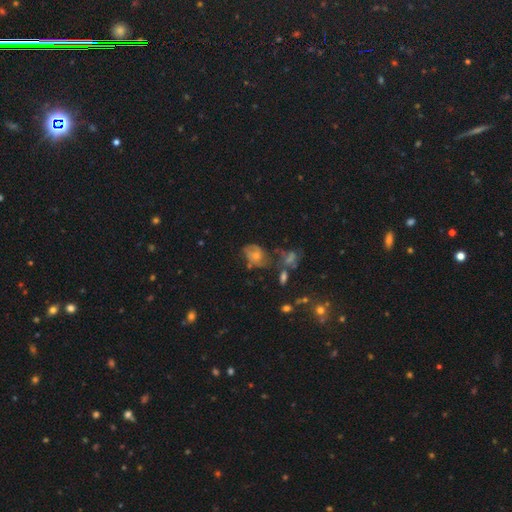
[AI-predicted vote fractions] featured or disk 48%, smooth 39%, star or artifact 13%. Down the decision tree: merging — none (36%).